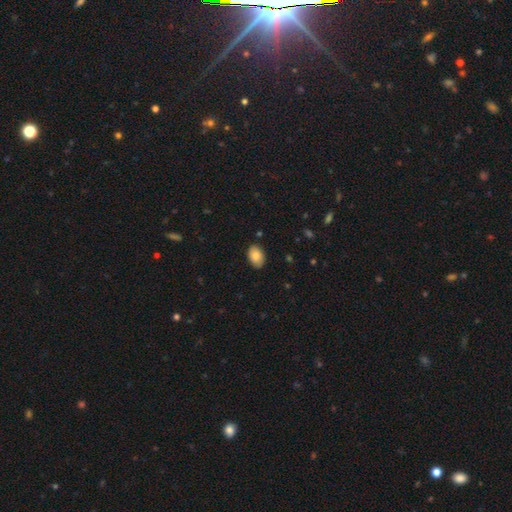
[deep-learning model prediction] Smooth or featured?
  - smooth: 85% *
  - featured or disk: 8%
  - star or artifact: 7%
How rounded?
  - in between: 89% *
  - round: 10%
  - cigar-shaped: 1%
Merging?
  - none: 86% *
  - minor disturbance: 11%
  - major disturbance: 2%
  - merger: 1%